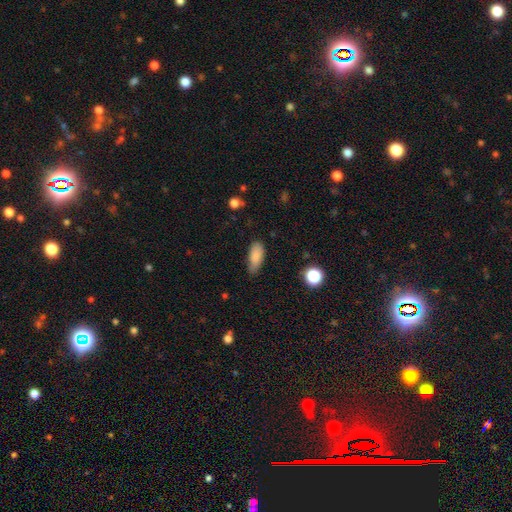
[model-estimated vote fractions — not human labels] Smooth or featured? Predicted: smooth (p=0.84). How rounded? Predicted: in between (p=0.83). Merging? Predicted: none (p=0.62).